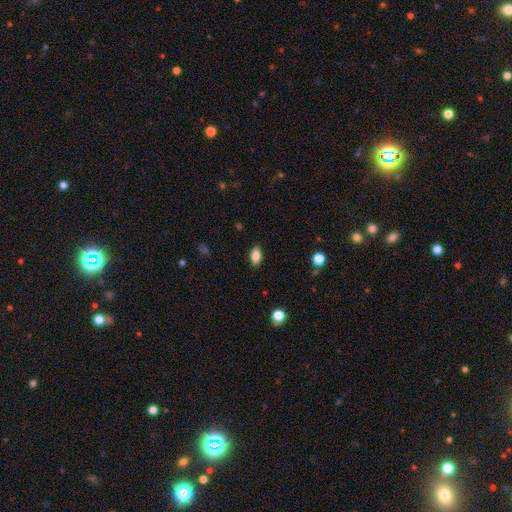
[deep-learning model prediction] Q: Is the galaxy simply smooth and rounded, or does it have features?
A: smooth — 84%.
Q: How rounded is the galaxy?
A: in between — 89%.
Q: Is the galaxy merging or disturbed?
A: none — 87%.